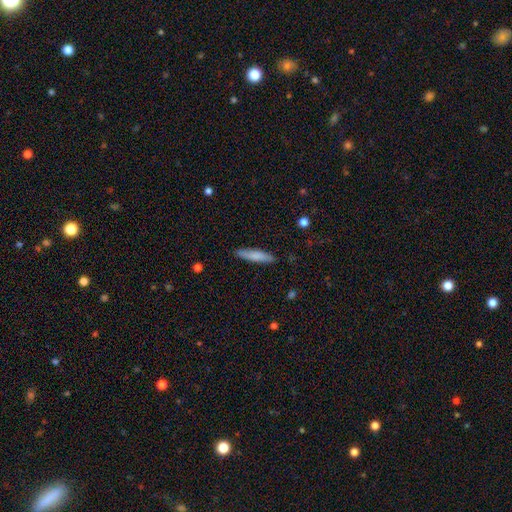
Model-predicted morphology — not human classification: Smooth or featured? Predicted: smooth (p=0.77). How rounded? Predicted: cigar-shaped (p=0.85). Merging? Predicted: none (p=0.88).